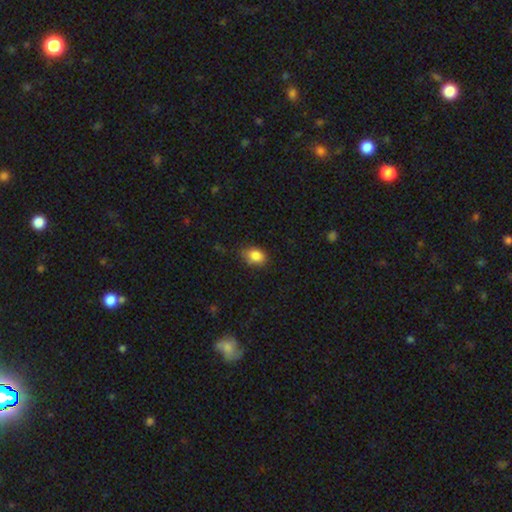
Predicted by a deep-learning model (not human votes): A smooth galaxy with no disk features (85%) that is in between round and cigar-shaped (70%). Merging: none (70%).